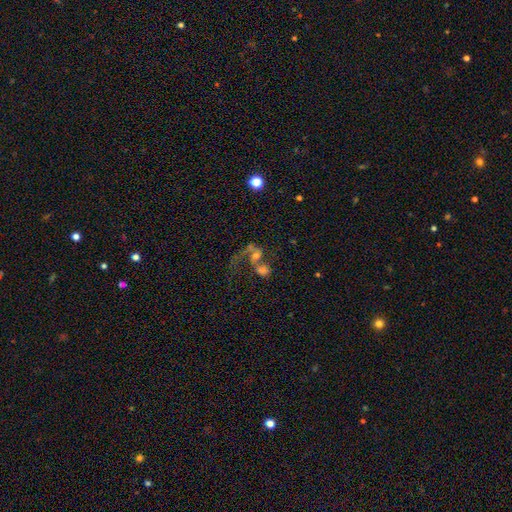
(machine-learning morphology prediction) Smooth or featured? Predicted: featured or disk (p=0.50). Edge-on disk? Predicted: no (p=0.96). Merging? Predicted: merger (p=0.66).